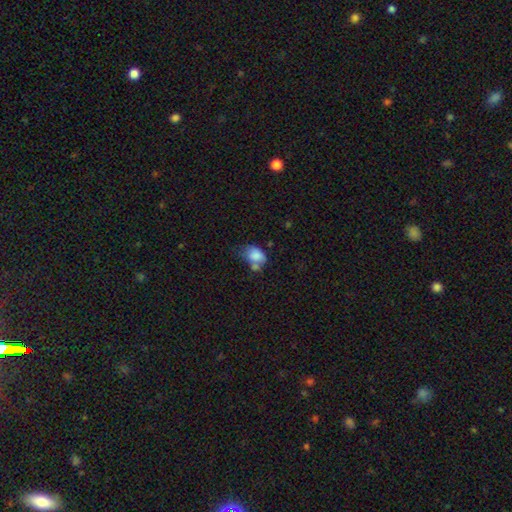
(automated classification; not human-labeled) A smooth galaxy with no disk features (80%) that is in between round and cigar-shaped (76%).

Vote fractions:
- Smooth or featured? smooth: 80% / featured or disk: 12% / star or artifact: 9%
- How rounded? in between: 76% / round: 23% / cigar-shaped: 1%
- Merging? merger: 32% / none: 30% / minor disturbance: 25% / major disturbance: 13%